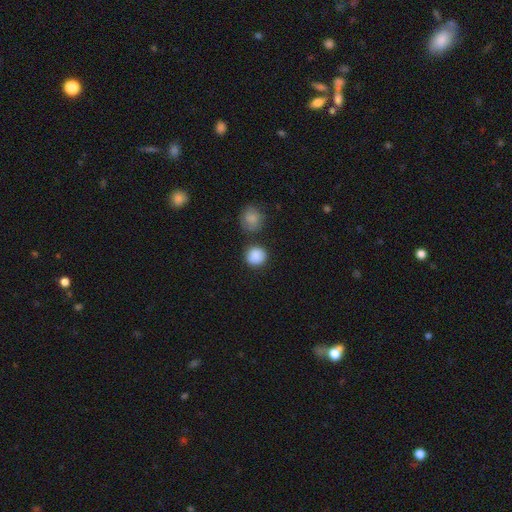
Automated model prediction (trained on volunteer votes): Smooth or featured?
  - smooth: 88% *
  - star or artifact: 9%
  - featured or disk: 4%
How rounded?
  - round: 88% *
  - in between: 11%
  - cigar-shaped: 1%
Merging?
  - none: 78% *
  - minor disturbance: 11%
  - merger: 8%
  - major disturbance: 3%